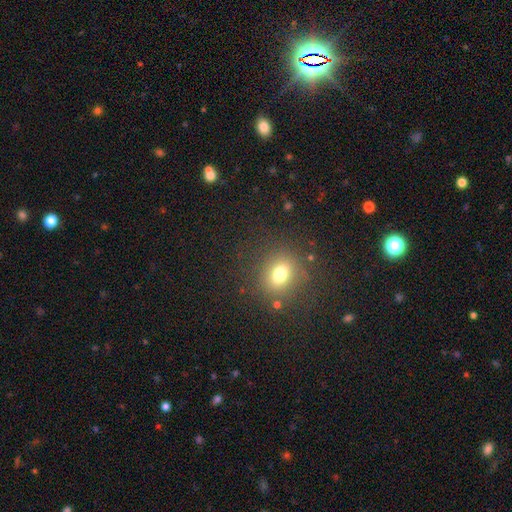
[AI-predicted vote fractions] This appears to be a smooth galaxy with no disk features (51%) that is round (84%). Merging: none (90%).